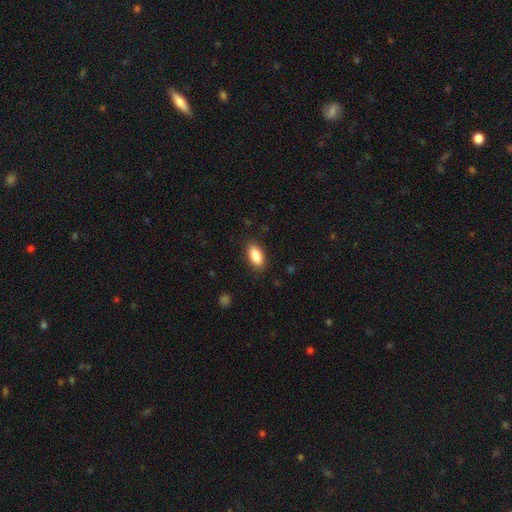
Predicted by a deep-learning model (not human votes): A smooth galaxy with no disk features (88%) that is in between round and cigar-shaped (91%). Merging: none (87%).